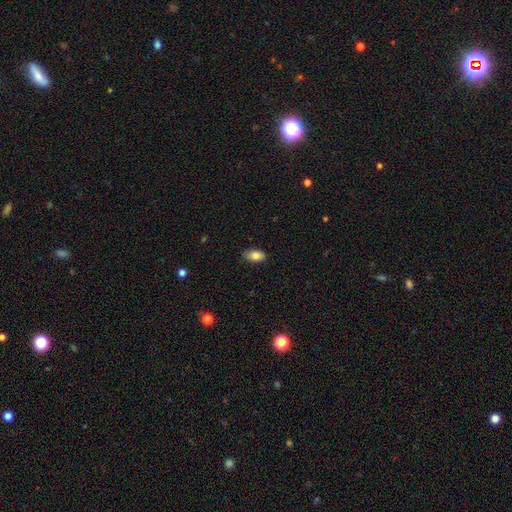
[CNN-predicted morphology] Smooth or featured? Predicted: smooth (p=0.83). How rounded? Predicted: in between (p=0.93). Merging? Predicted: none (p=0.85).